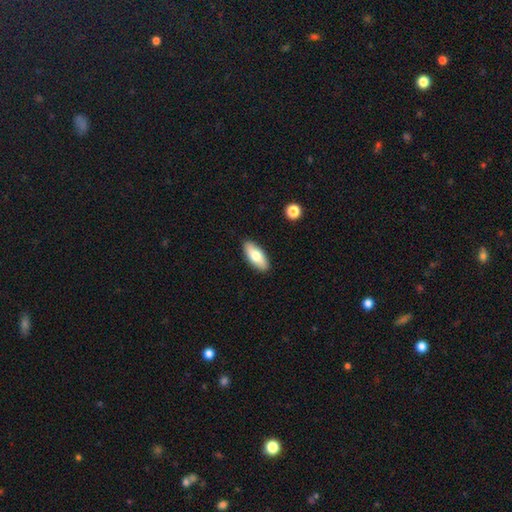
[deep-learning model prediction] This appears to be a smooth galaxy with no disk features (74%) that is in between round and cigar-shaped (81%). Merging: none (89%).